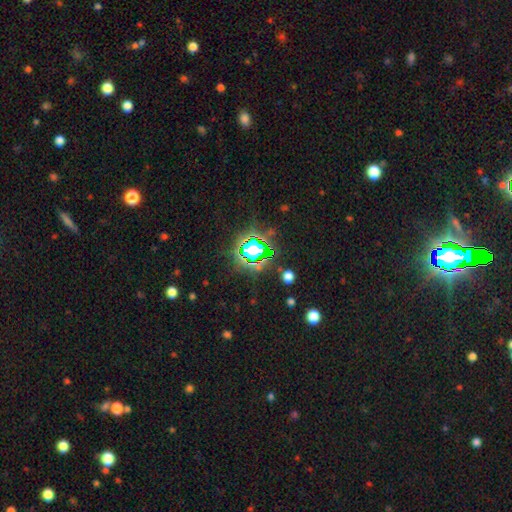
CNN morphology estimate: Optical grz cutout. It shows a star or artifact, not a galaxy (69%).